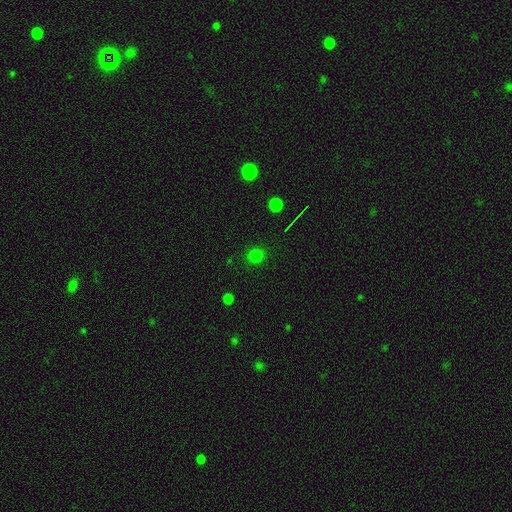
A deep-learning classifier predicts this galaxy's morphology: A smooth galaxy with no disk features (76%) that is round (93%).

Vote fractions:
- Smooth or featured? smooth: 76% / star or artifact: 19% / featured or disk: 4%
- How rounded? round: 93% / in between: 6% / cigar-shaped: 1%
- Merging? none: 90% / minor disturbance: 6% / major disturbance: 2% / merger: 1%